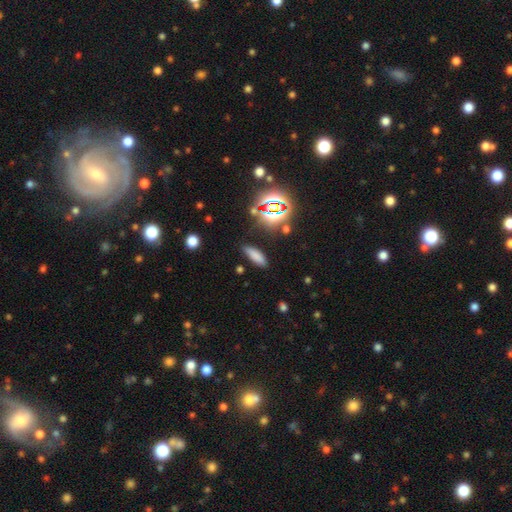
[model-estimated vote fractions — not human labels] smooth_or_featured: smooth (p=0.72) [alt: star or artifact p=0.20]
how_rounded: in between (p=0.56) [alt: cigar-shaped p=0.40]
merging: none (p=0.82) [alt: minor disturbance p=0.12]